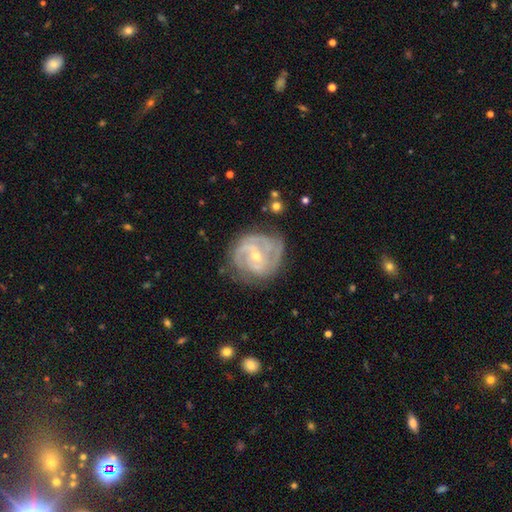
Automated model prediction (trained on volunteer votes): Q: Smooth or featured?
A: featured or disk (87%); runner-up: smooth (7%)
Q: Edge-on disk?
A: no (98%); runner-up: yes (2%)
Q: Bar?
A: no (43%); runner-up: weak (42%)
Q: Spiral arms?
A: yes (95%); runner-up: no (5%)
Q: Spiral winding?
A: tight (62%); runner-up: medium (32%)
Q: Spiral arm count?
A: 2 (38%); runner-up: 3 (26%)
Q: Bulge size?
A: small (63%); runner-up: moderate (35%)
Q: Merging?
A: none (71%); runner-up: minor disturbance (20%)